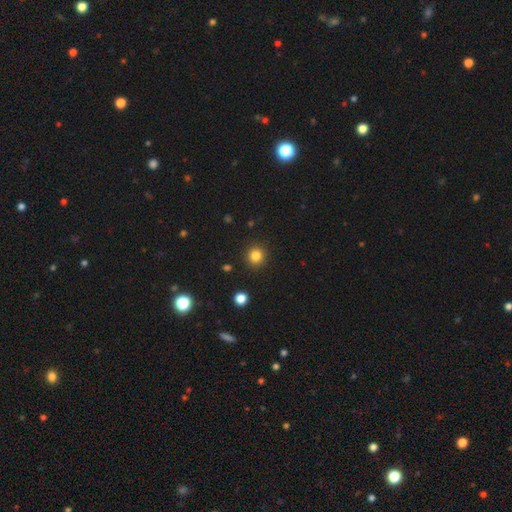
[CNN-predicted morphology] Smooth or featured: smooth — 83% (star or artifact — 12%)
How rounded: round — 93% (in between — 6%)
Merging: none — 91% (minor disturbance — 5%)